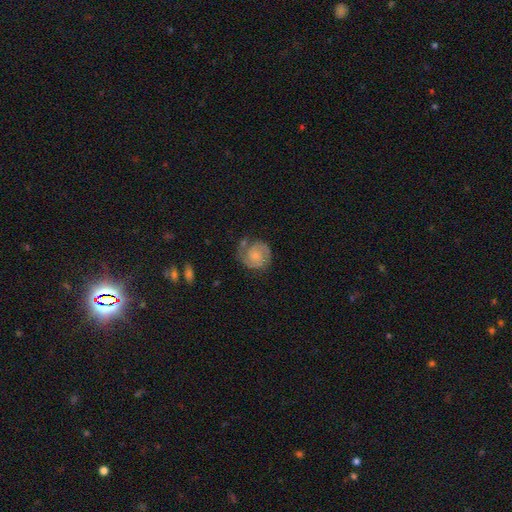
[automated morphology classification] A featured or disk galaxy (70%) with no bar (67%), 2 (80%) tight (49%) spiral arms (94%) and a small central bulge (50%). Merging: none (63%).